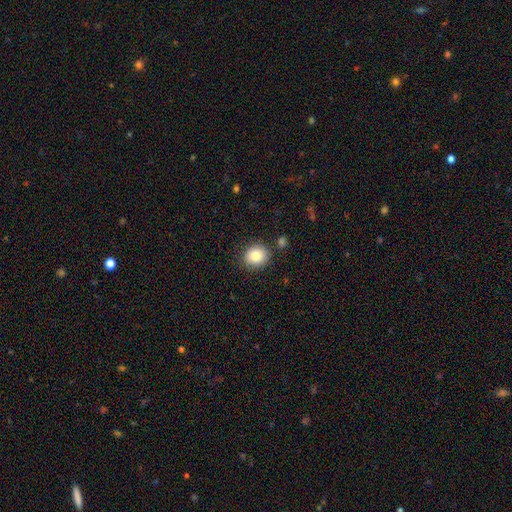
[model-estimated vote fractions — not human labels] Smooth or featured?
  - smooth: 83% *
  - star or artifact: 9%
  - featured or disk: 8%
How rounded?
  - round: 69% *
  - in between: 30%
  - cigar-shaped: 1%
Merging?
  - none: 83% *
  - minor disturbance: 10%
  - merger: 4%
  - major disturbance: 3%